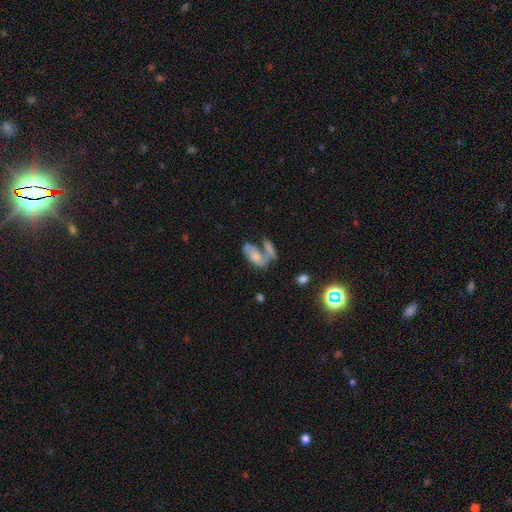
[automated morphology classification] A smooth galaxy with no disk features (55%) that is in between round and cigar-shaped (86%). Merging: merger (49%).